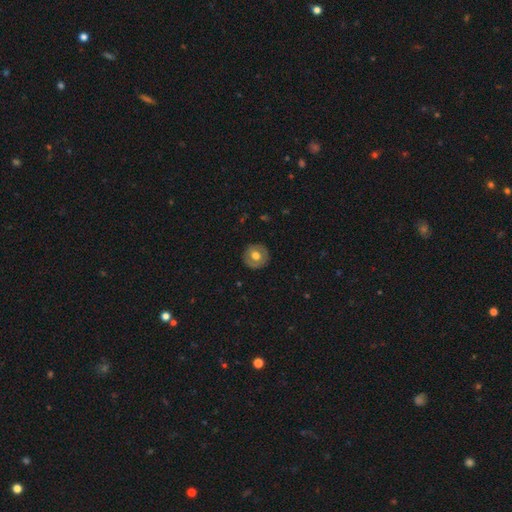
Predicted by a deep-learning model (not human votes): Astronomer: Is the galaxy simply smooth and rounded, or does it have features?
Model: smooth — 59% (runner-up: featured or disk, 34%).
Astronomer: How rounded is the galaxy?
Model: round — 92%.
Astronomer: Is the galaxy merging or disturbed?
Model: none — 88%.